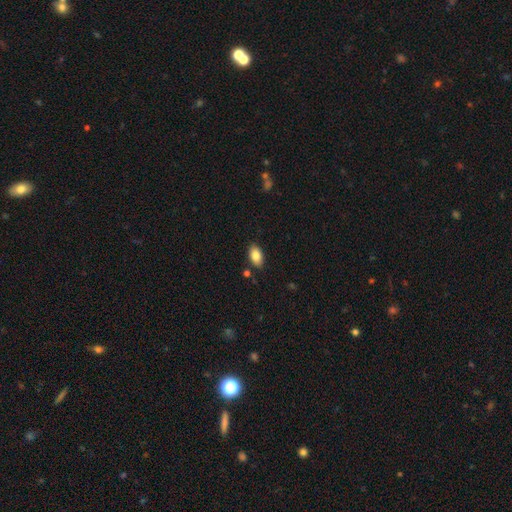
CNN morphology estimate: Smooth or featured? smooth (84%)
How rounded? in between (92%)
Merging? none (85%)